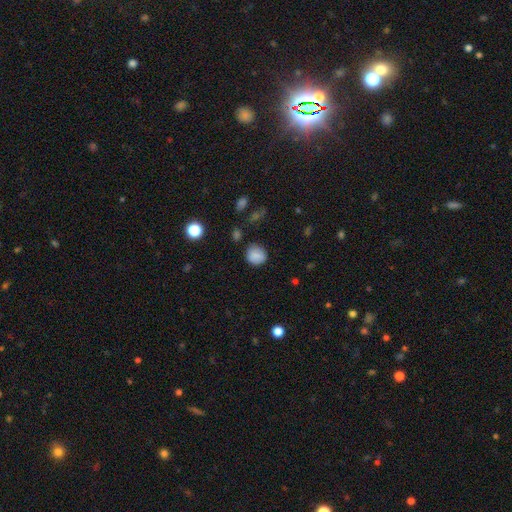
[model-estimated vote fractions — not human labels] Morphology: type=smooth (84%); roundness=round (82%); merging=none (80%).